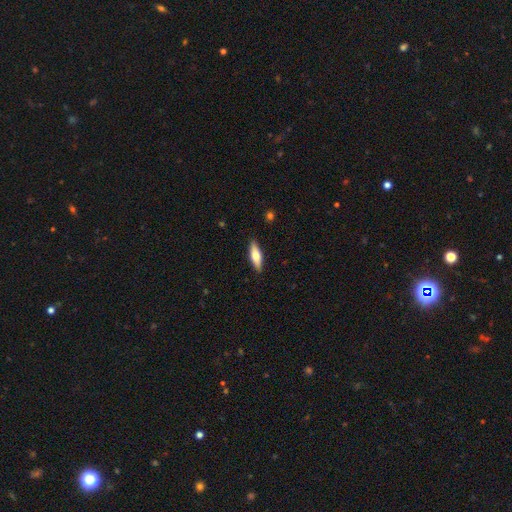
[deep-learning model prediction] A smooth galaxy with no disk features (60%) that is cigar-shaped (50%). Merging: none (89%).